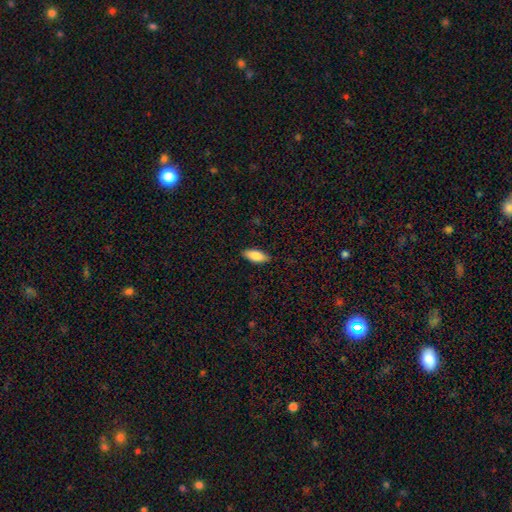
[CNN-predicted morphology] smooth-or-featured: smooth: 85% | featured or disk: 9% | star or artifact: 6%
  how-rounded: in between: 80% | cigar-shaped: 18% | round: 2%
  merging: none: 87% | minor disturbance: 10% | major disturbance: 2% | merger: 1%